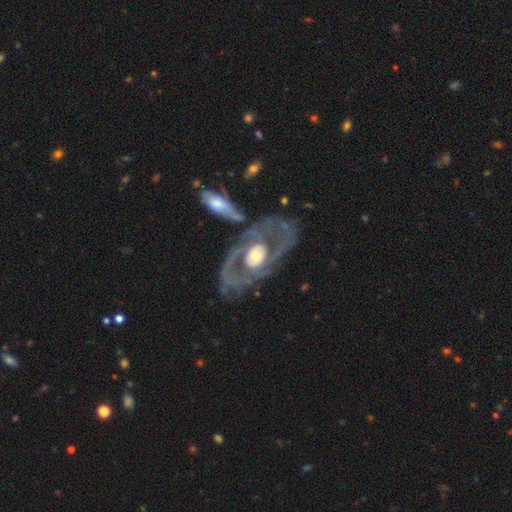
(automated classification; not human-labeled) Smooth or featured: featured or disk — 88% (smooth — 8%)
Edge-on disk: no — 95% (yes — 5%)
Bar: no — 64% (weak — 24%)
Spiral arms: yes — 88% (no — 12%)
Spiral winding: medium — 47% (tight — 30%)
Spiral arm count: 2 — 83% (can't tell — 7%)
Bulge size: moderate — 60% (small — 20%)
Merging: none — 52% (major disturbance — 17%)